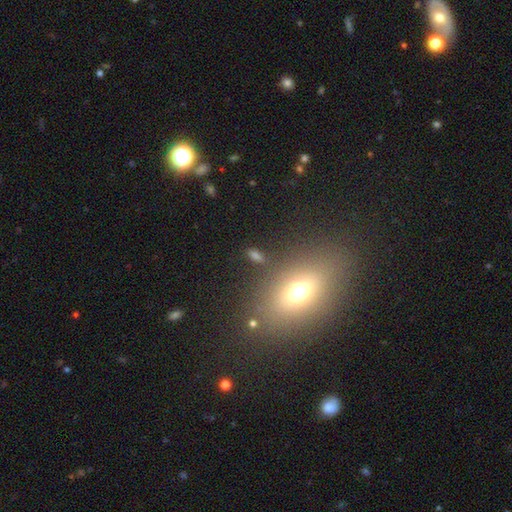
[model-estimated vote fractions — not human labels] Smooth or featured? smooth (69%)
How rounded? in between (74%)
Merging? none (78%)